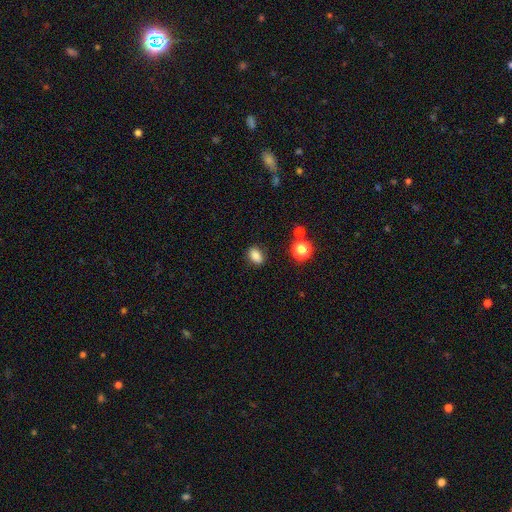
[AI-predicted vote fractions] Morphology: type=smooth (84%); roundness=in between (78%); merging=none (85%).